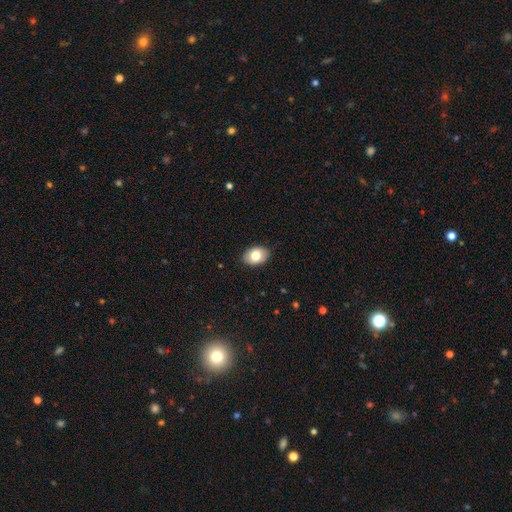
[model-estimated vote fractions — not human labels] Smooth or featured? smooth (80%)
How rounded? in between (82%)
Merging? none (88%)